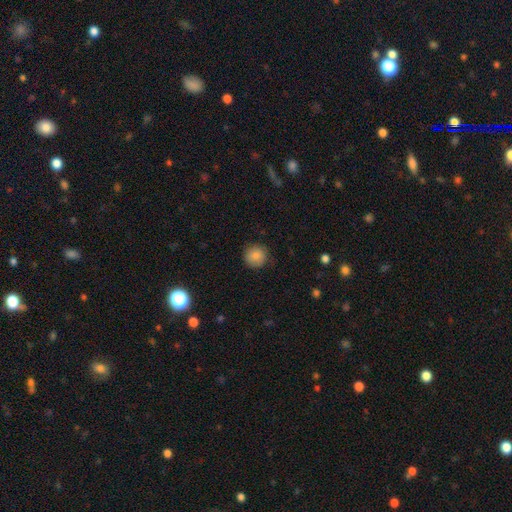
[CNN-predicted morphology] A smooth galaxy with no disk features (86%) that is round (93%).

Vote fractions:
- Smooth or featured? smooth: 86% / star or artifact: 9% / featured or disk: 5%
- How rounded? round: 93% / in between: 6% / cigar-shaped: 1%
- Merging? none: 88% / minor disturbance: 9% / major disturbance: 2% / merger: 1%